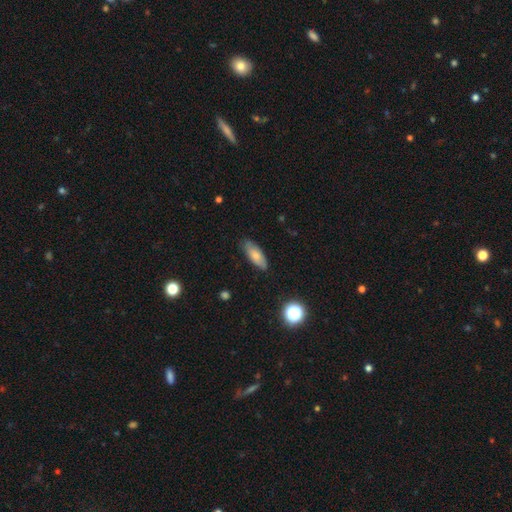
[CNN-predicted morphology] A smooth galaxy with no disk features (75%) that is in between round and cigar-shaped (72%).

Vote fractions:
- Smooth or featured? smooth: 75% / featured or disk: 18% / star or artifact: 7%
- How rounded? in between: 72% / cigar-shaped: 26% / round: 2%
- Merging? none: 83% / minor disturbance: 13% / major disturbance: 2% / merger: 1%